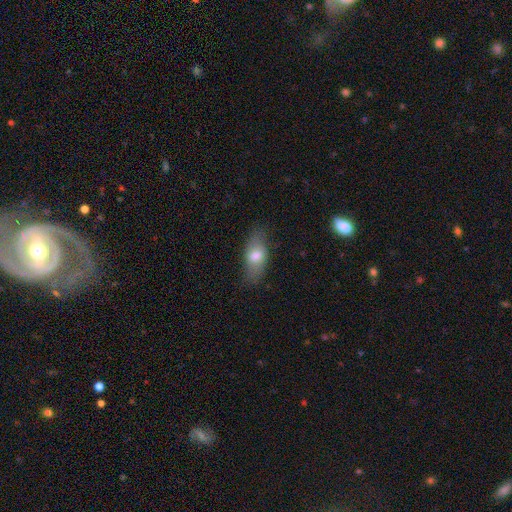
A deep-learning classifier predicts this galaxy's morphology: Q: Smooth or featured?
A: smooth (69%); runner-up: featured or disk (24%)
Q: How rounded?
A: in between (81%); runner-up: cigar-shaped (14%)
Q: Merging?
A: none (79%); runner-up: minor disturbance (16%)